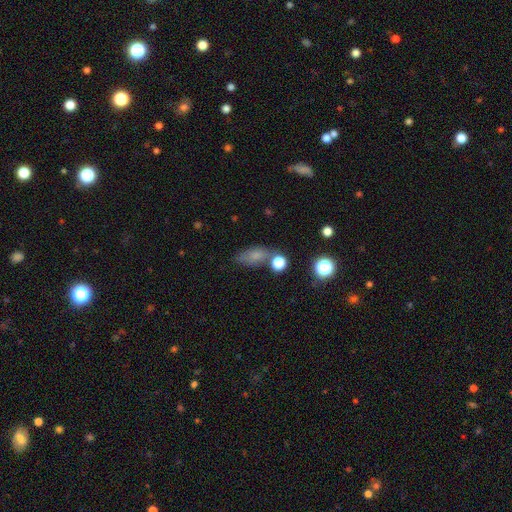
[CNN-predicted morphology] smooth_or_featured: smooth (p=0.72) [alt: star or artifact p=0.16]
how_rounded: in between (p=0.76) [alt: round p=0.12]
merging: none (p=0.58) [alt: minor disturbance p=0.20]